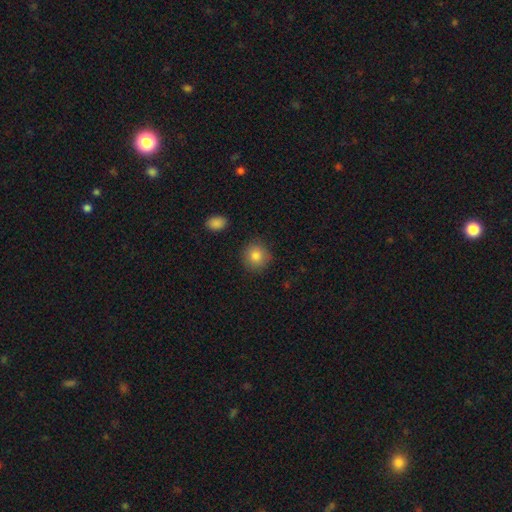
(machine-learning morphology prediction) Smooth or featured? smooth (84%)
How rounded? round (91%)
Merging? none (87%)